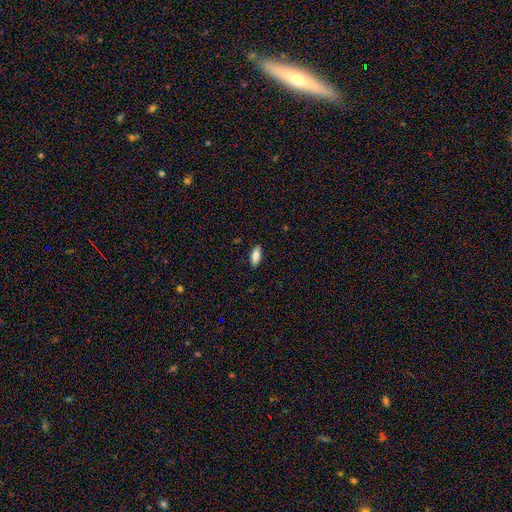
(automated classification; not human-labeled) Smooth or featured? Predicted: smooth (p=0.83). How rounded? Predicted: in between (p=0.82). Merging? Predicted: none (p=0.87).